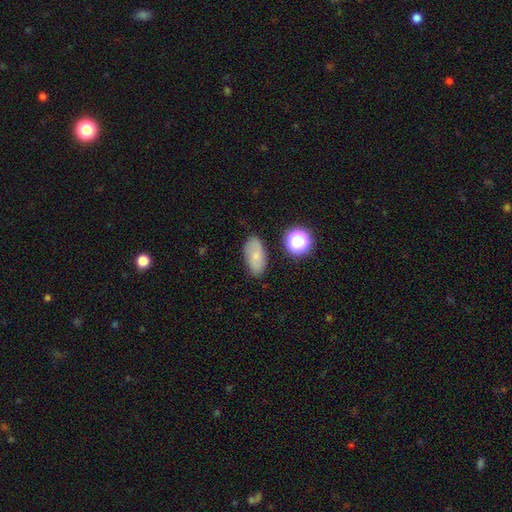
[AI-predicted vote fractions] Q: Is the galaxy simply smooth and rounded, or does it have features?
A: smooth — 66%.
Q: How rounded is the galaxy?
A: in between — 87%.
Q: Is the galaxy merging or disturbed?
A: none — 78%.